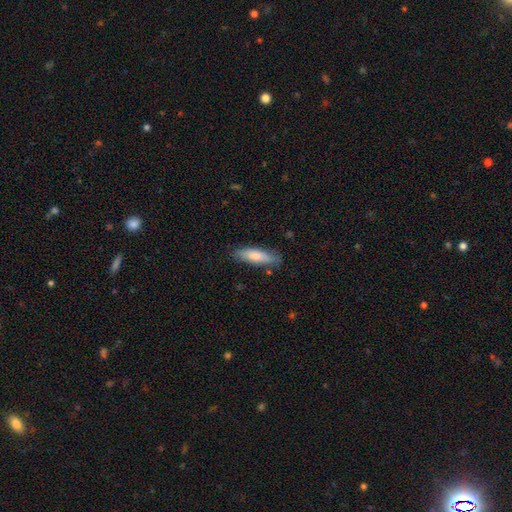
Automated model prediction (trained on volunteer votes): Q: Smooth or featured?
A: smooth (79%); runner-up: featured or disk (15%)
Q: How rounded?
A: cigar-shaped (51%); runner-up: in between (47%)
Q: Merging?
A: none (77%); runner-up: minor disturbance (17%)